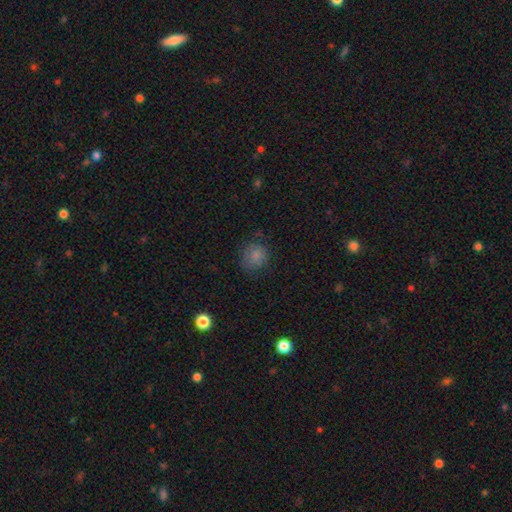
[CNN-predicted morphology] A smooth galaxy with no disk features (81%) that is round (80%).

Vote fractions:
- Smooth or featured? smooth: 81% / star or artifact: 11% / featured or disk: 8%
- How rounded? round: 80% / in between: 19% / cigar-shaped: 1%
- Merging? none: 71% / minor disturbance: 21% / major disturbance: 7% / merger: 1%